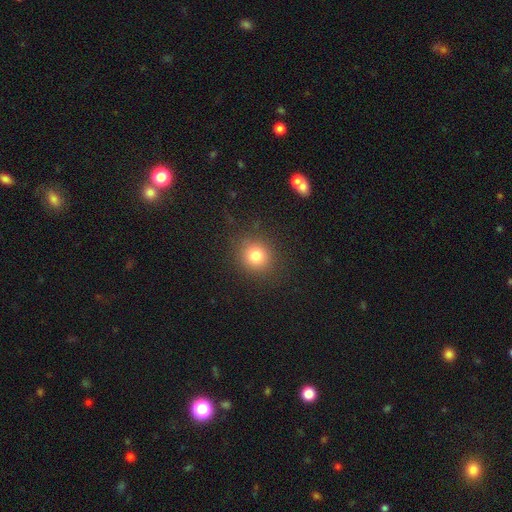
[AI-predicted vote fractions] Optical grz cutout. It shows a smooth galaxy with no disk features (79%) that is round (85%). Merging: none (87%).